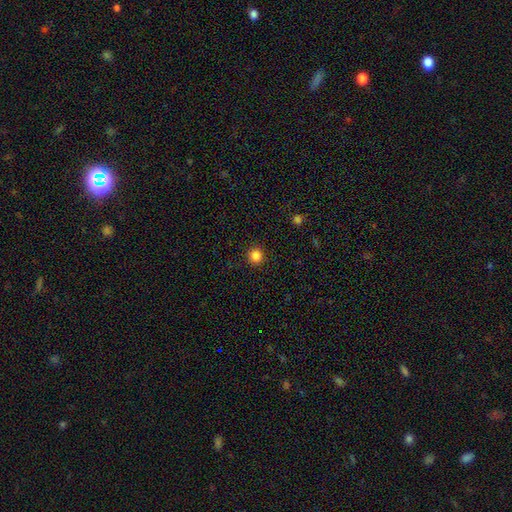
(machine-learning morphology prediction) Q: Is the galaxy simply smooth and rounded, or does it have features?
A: smooth — 84%.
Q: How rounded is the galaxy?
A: round — 94%.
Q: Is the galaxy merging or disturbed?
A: none — 92%.